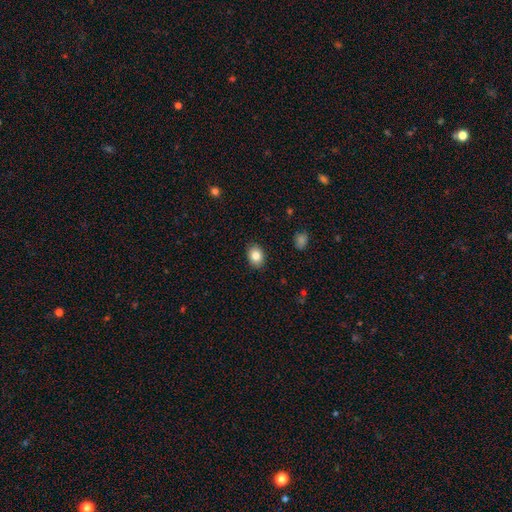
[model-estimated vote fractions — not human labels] The model was most divided on "how rounded": in between: 68%, round: 31%, cigar-shaped: 1%. More confident: merging — none (89%); smooth or featured — smooth (84%).